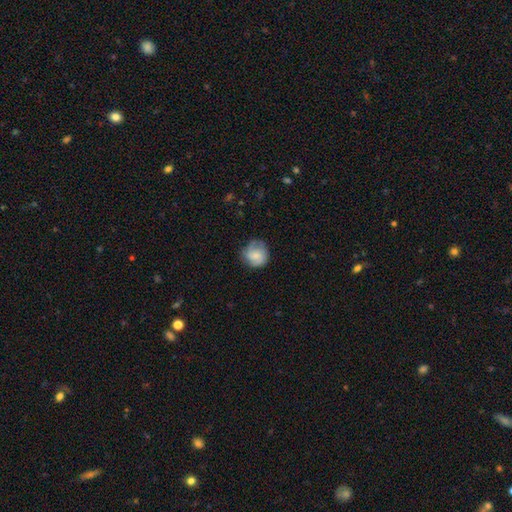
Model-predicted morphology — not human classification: smooth_or_featured: smooth (p=0.66) [alt: featured or disk p=0.27]
how_rounded: round (p=0.86) [alt: in between p=0.13]
merging: none (p=0.66) [alt: minor disturbance p=0.24]